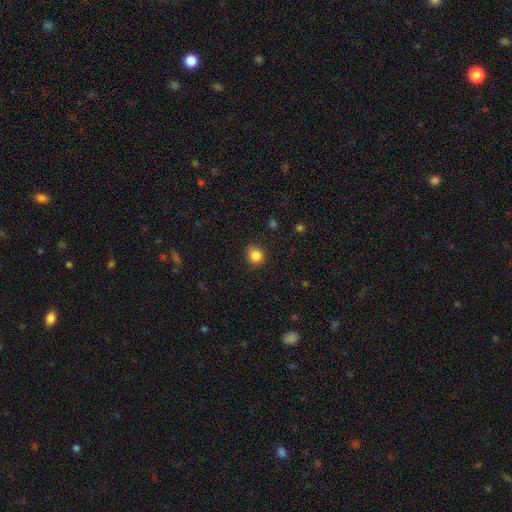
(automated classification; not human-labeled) Q: Smooth or featured?
A: smooth (86%); runner-up: star or artifact (11%)
Q: How rounded?
A: round (88%); runner-up: in between (11%)
Q: Merging?
A: none (88%); runner-up: minor disturbance (9%)